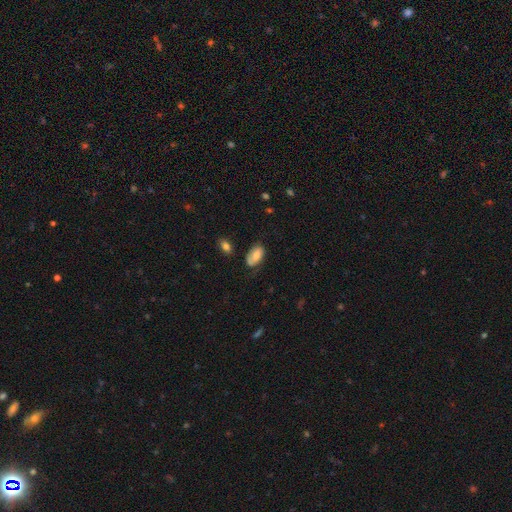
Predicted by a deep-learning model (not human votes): This appears to be a smooth galaxy with no disk features (67%) that is in between round and cigar-shaped (93%). Merging: none (55%).